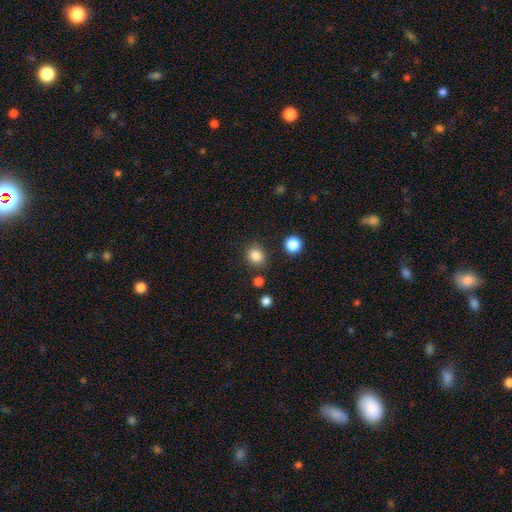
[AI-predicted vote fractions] Smooth or featured? smooth (85%)
How rounded? round (76%)
Merging? none (84%)